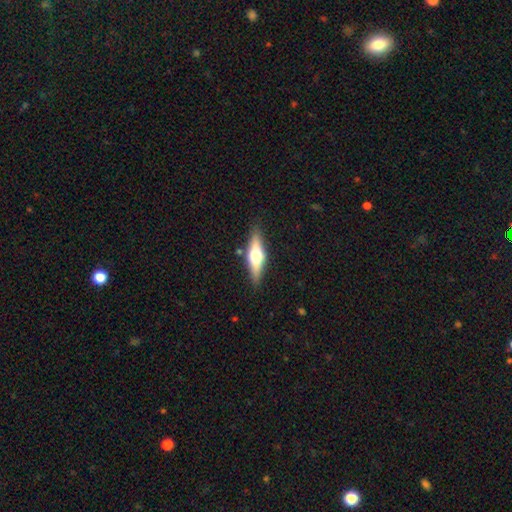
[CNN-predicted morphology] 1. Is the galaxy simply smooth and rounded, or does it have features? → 53% featured or disk, 40% smooth, 6% star or artifact.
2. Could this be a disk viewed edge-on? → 92% yes, 8% no.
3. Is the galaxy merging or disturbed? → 86% none, 10% minor disturbance, 2% major disturbance, 2% merger.